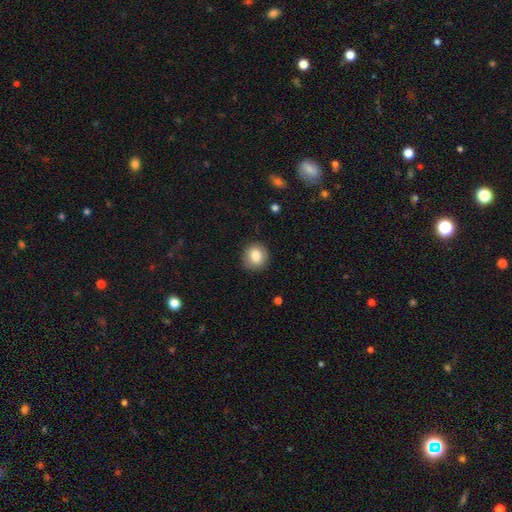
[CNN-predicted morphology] Smooth or featured: smooth — 82% (featured or disk — 10%)
How rounded: round — 80% (in between — 19%)
Merging: none — 87% (minor disturbance — 9%)